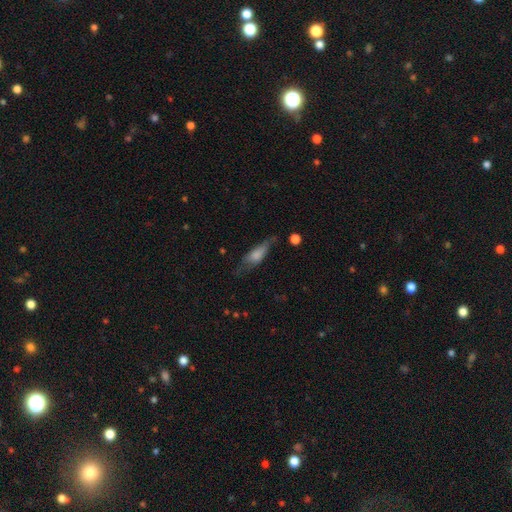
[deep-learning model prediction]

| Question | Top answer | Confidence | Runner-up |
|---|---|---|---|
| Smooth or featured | smooth | 62% | featured or disk (30%) |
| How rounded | in between | 53% | cigar-shaped (43%) |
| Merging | none | 49% | minor disturbance (32%) |